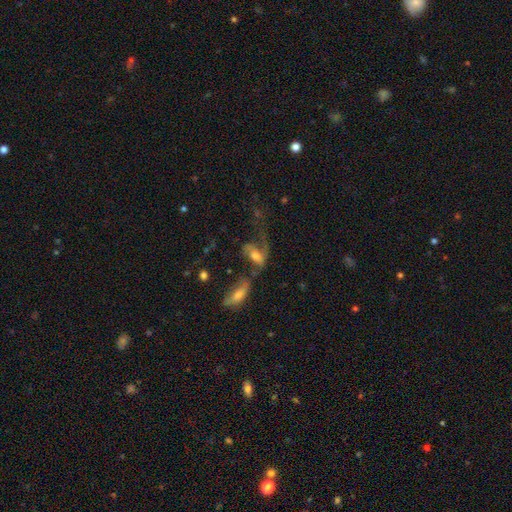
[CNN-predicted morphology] Smooth or featured? Predicted: featured or disk (p=0.47). Merging? Predicted: merger (p=0.34, tied with major disturbance).